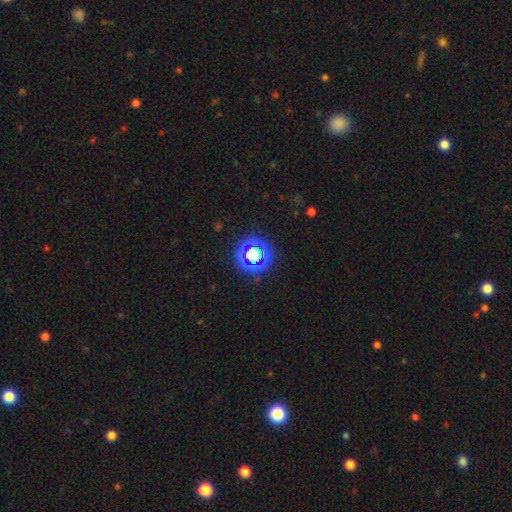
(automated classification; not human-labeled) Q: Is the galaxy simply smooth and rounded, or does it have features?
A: star or artifact — 77%.